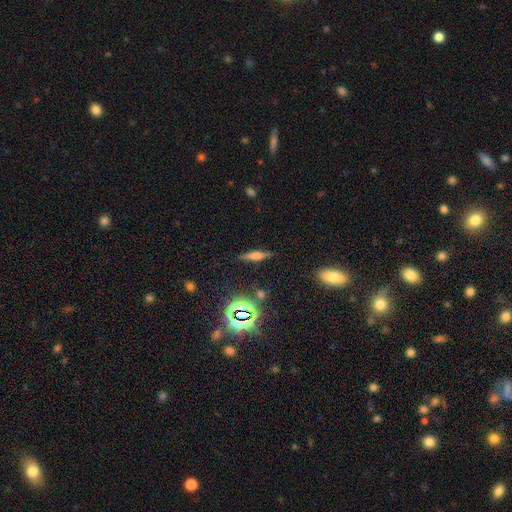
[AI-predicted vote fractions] Q: Smooth or featured?
A: featured or disk (42%); runner-up: smooth (41%)
Q: Merging?
A: none (85%); runner-up: minor disturbance (10%)